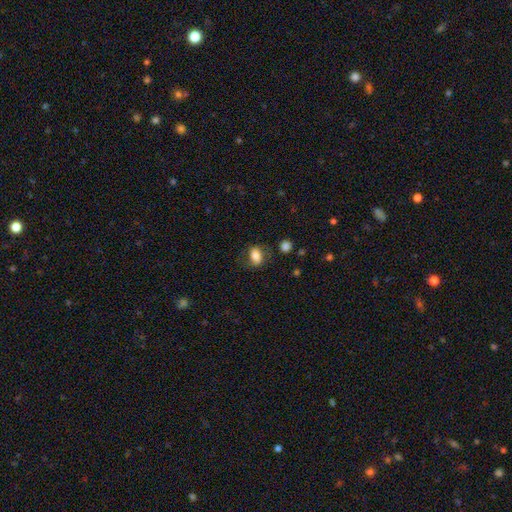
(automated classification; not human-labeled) smooth-or-featured: smooth: 73% | featured or disk: 18% | star or artifact: 9%
  how-rounded: in between: 77% | round: 21% | cigar-shaped: 2%
  merging: none: 70% | minor disturbance: 19% | major disturbance: 8% | merger: 3%